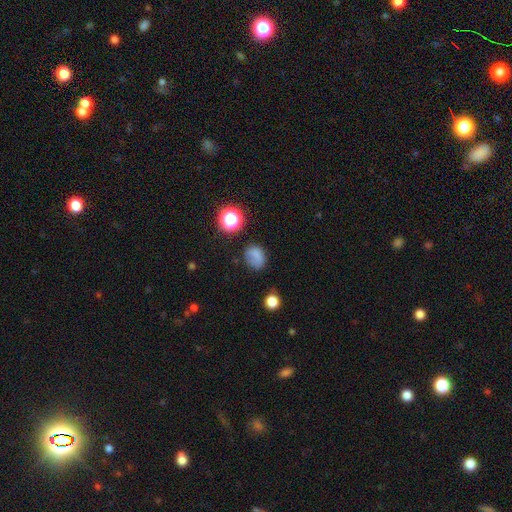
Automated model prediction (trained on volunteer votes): smooth 74%, star or artifact 16%, featured or disk 10%. Down the decision tree: how rounded — round (58%); merging — none (63%).